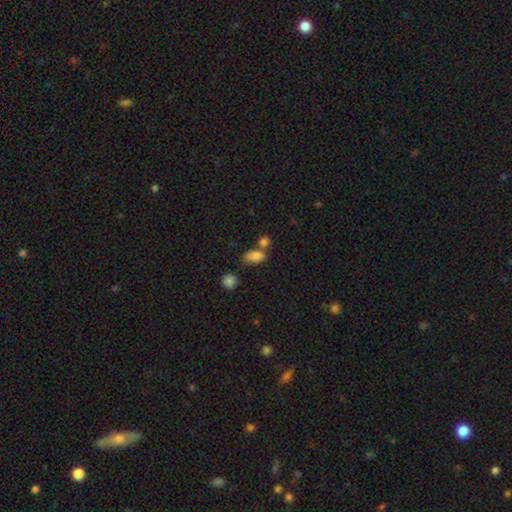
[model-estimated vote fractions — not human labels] Morphology: type=smooth (80%); roundness=in between (84%); merging=none (45%).